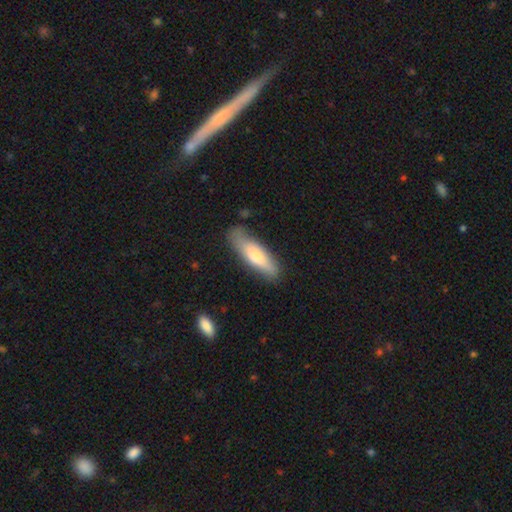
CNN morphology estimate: Smooth or featured? Predicted: smooth (p=0.69). How rounded? Predicted: cigar-shaped (p=0.64). Merging? Predicted: none (p=0.73).